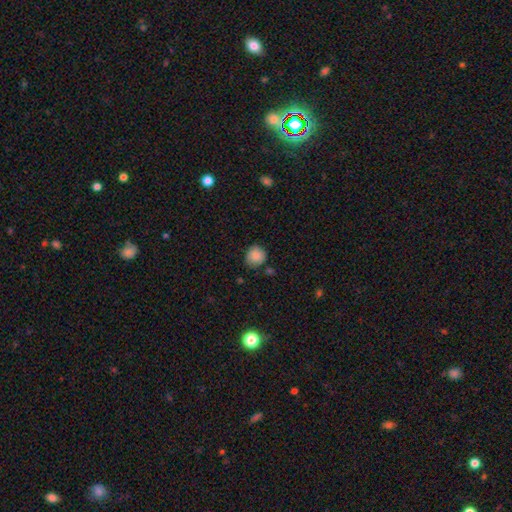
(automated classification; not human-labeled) Smooth or featured? Predicted: smooth (p=0.85). How rounded? Predicted: round (p=0.87). Merging? Predicted: none (p=0.75).